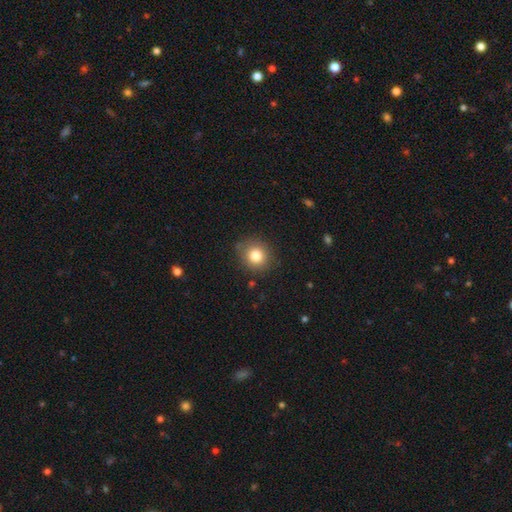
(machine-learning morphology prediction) Q: Smooth or featured?
A: smooth (82%); runner-up: star or artifact (11%)
Q: How rounded?
A: round (84%); runner-up: in between (15%)
Q: Merging?
A: none (84%); runner-up: minor disturbance (12%)